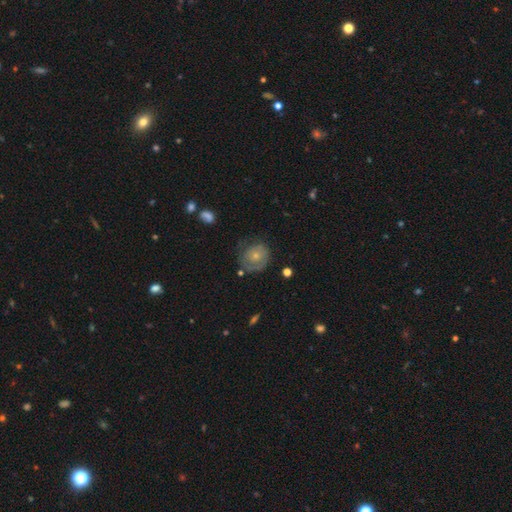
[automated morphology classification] featured or disk 47%, smooth 45%, star or artifact 8%. Down the decision tree: merging — none (55%).